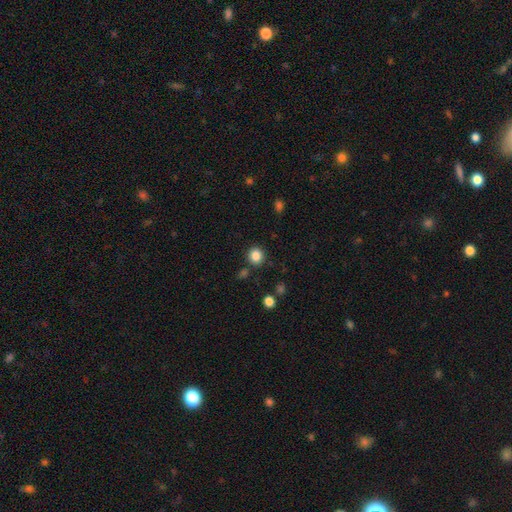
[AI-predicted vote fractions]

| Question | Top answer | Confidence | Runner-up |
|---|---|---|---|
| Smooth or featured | smooth | 85% | star or artifact (11%) |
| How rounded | round | 87% | in between (12%) |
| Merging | none | 86% | minor disturbance (7%) |